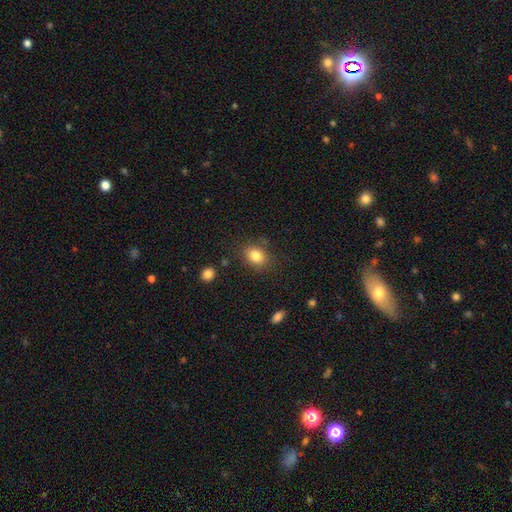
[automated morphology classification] smooth_or_featured: smooth (p=0.82) [alt: star or artifact p=0.10]
how_rounded: in between (p=0.56) [alt: round p=0.43]
merging: none (p=0.80) [alt: minor disturbance p=0.13]